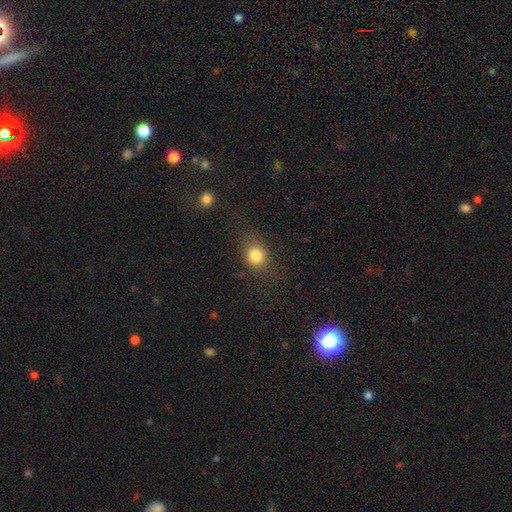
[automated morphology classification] This appears to be a smooth galaxy with no disk features (82%) that is round (68%). Merging: none (73%).